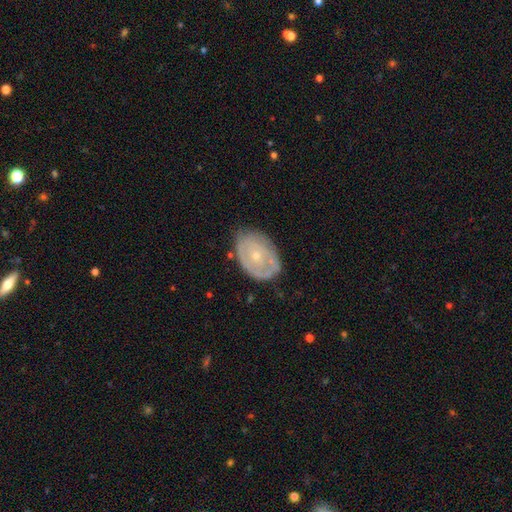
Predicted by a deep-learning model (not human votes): A featured or disk galaxy (61%) with no bar (86%), no spiral arms (53%) and a small central bulge (69%).

Vote fractions:
- Smooth or featured? featured or disk: 61% / smooth: 33% / star or artifact: 6%
- Edge-on disk? no: 94% / yes: 6%
- Bar? no: 86% / weak: 11% / strong: 3%
- Spiral arms? no: 53% / yes: 47%
- Bulge size? small: 69% / moderate: 28% / none: 1% / large: 1% / dominant: 1%
- Merging? none: 72% / minor disturbance: 21% / major disturbance: 6% / merger: 1%